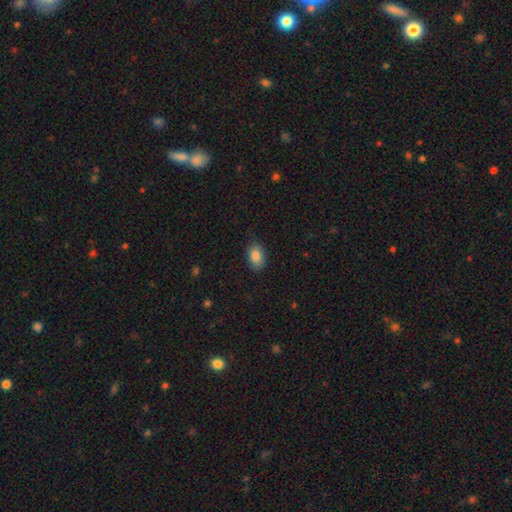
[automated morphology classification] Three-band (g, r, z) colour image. It shows a smooth galaxy with no disk features (87%) that is in between round and cigar-shaped (85%). Merging: none (84%).